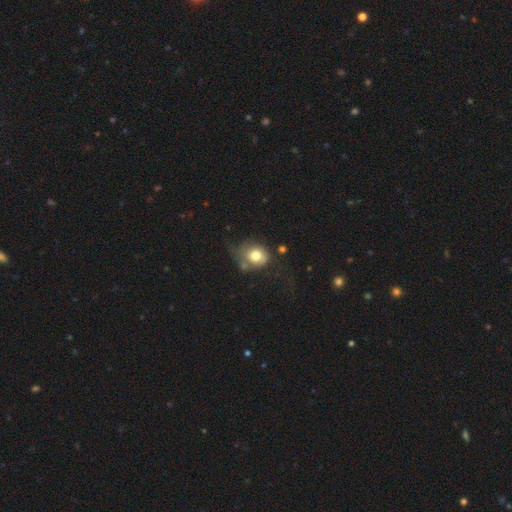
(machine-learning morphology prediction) smooth-or-featured: smooth: 73% | featured or disk: 18% | star or artifact: 9%
  how-rounded: round: 68% | in between: 31% | cigar-shaped: 1%
  merging: none: 38% | minor disturbance: 31% | major disturbance: 22% | merger: 9%